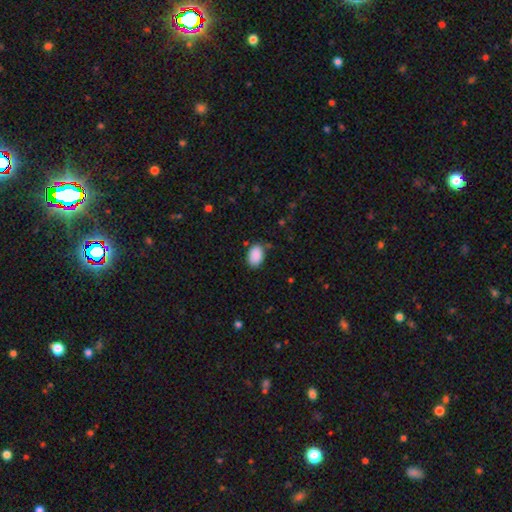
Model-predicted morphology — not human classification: This is clearly a smooth galaxy (90%). How rounded: clearly in between (87%). Merging: clearly none (82%).